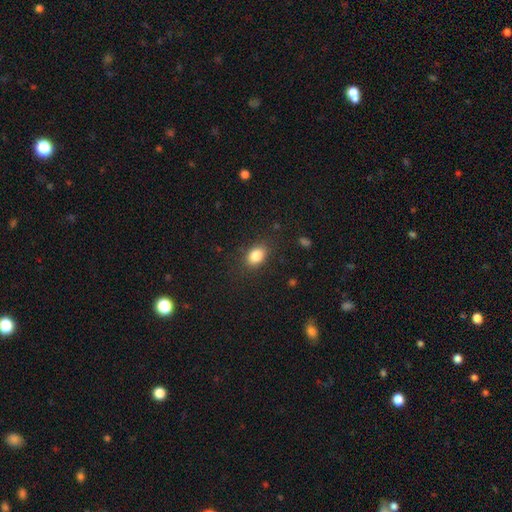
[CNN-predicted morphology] Smooth or featured?
  - smooth: 84% *
  - star or artifact: 9%
  - featured or disk: 7%
How rounded?
  - in between: 77% *
  - round: 22%
  - cigar-shaped: 1%
Merging?
  - none: 83% *
  - minor disturbance: 12%
  - major disturbance: 4%
  - merger: 1%